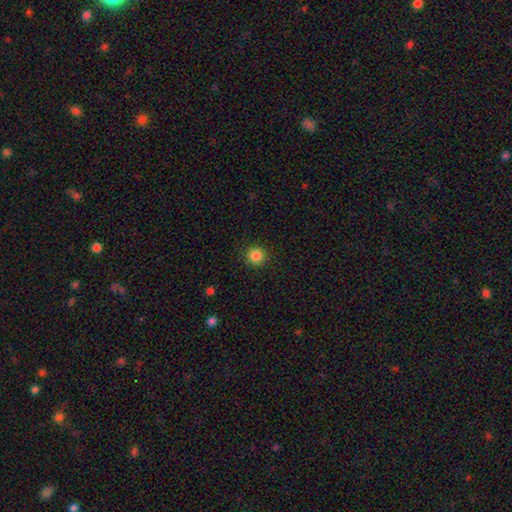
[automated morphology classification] smooth_or_featured: smooth (p=0.85) [alt: star or artifact p=0.11]
how_rounded: round (p=0.94) [alt: in between p=0.05]
merging: none (p=0.91) [alt: minor disturbance p=0.06]